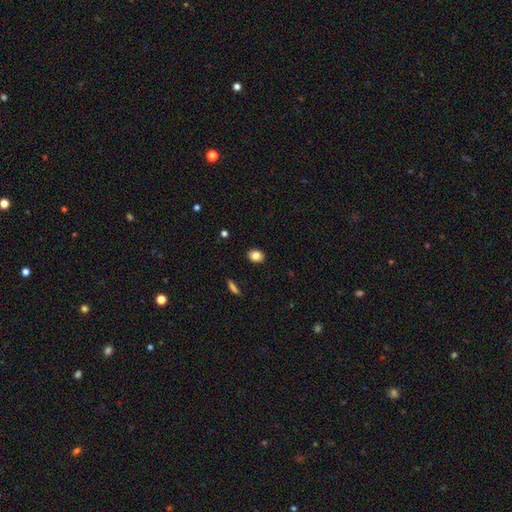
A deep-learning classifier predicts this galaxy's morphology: Smooth or featured? smooth (84%)
How rounded? in between (62%)
Merging? none (89%)